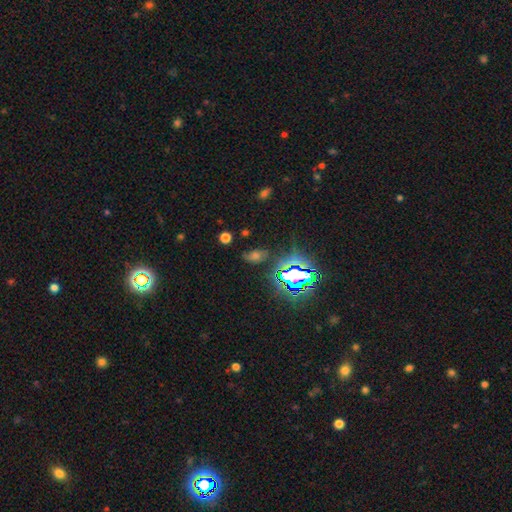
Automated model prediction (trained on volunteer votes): Q: Smooth or featured?
A: star or artifact (53%); runner-up: smooth (31%)